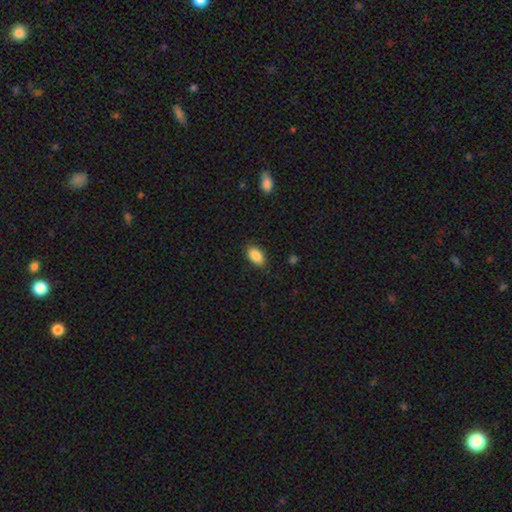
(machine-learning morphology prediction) Overall: smooth (88%). How rounded: in between (93%). Merging: none (86%).